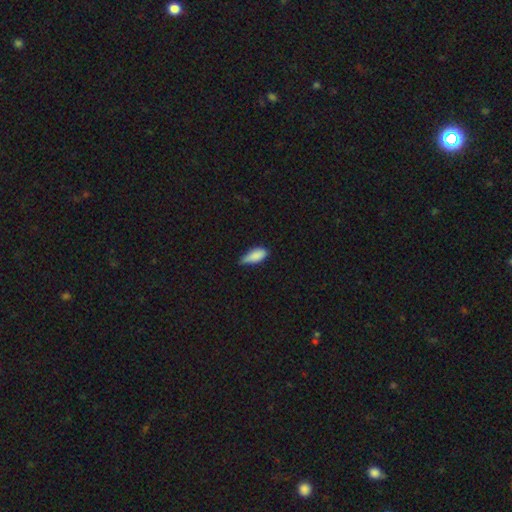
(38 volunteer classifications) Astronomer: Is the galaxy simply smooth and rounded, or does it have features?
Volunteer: smooth — 84%.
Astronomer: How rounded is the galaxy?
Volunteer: in between — 75%.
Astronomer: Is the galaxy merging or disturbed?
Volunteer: minor disturbance — 50% (runner-up: none, 42%).